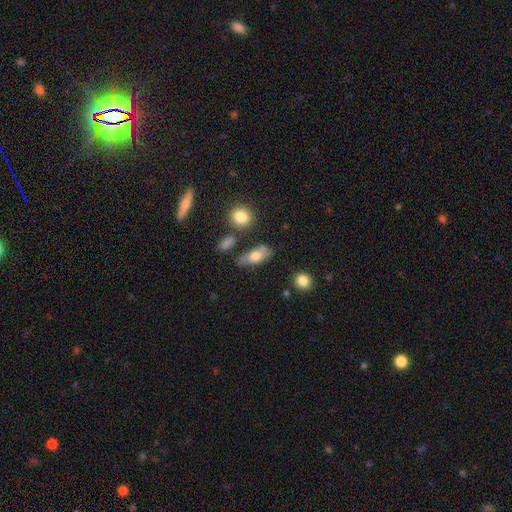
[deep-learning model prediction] Overall: smooth (68%). How rounded: in between (80%). Merging: none (62%).